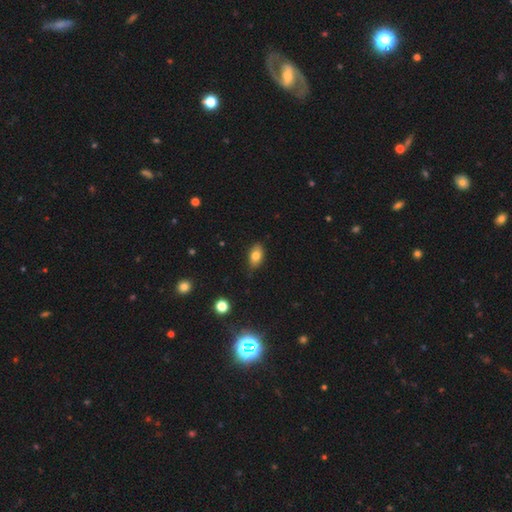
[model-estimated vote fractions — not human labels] Smooth or featured? smooth (79%)
How rounded? in between (88%)
Merging? none (78%)